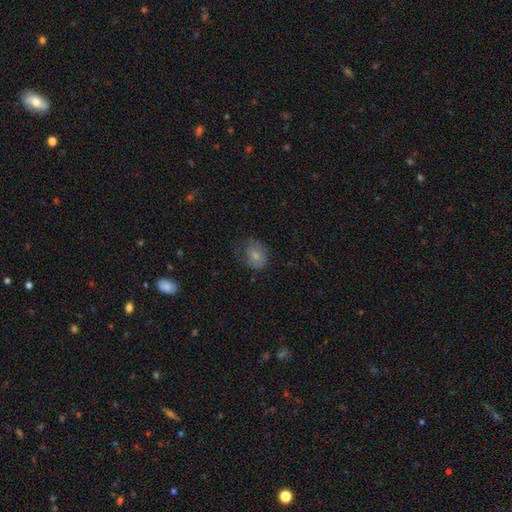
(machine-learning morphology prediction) Smooth or featured? smooth (72%)
How rounded? in between (59%)
Merging? none (52%)